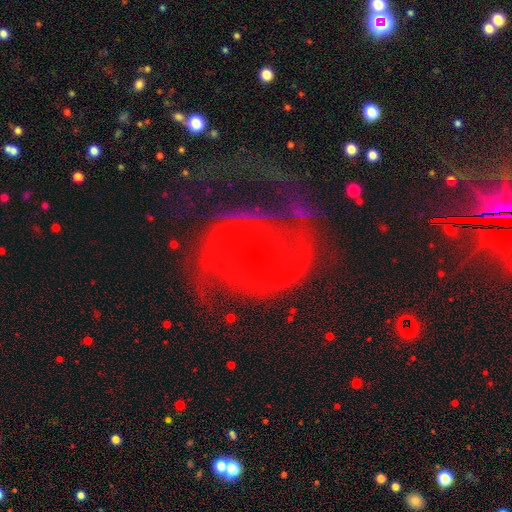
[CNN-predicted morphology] smooth_or_featured: featured or disk (p=0.88) [alt: star or artifact p=0.08]
disk_edge_on: no (p=0.98) [alt: yes p=0.02]
bar: no (p=0.59) [alt: weak p=0.30]
has_spiral_arms: yes (p=0.97) [alt: no p=0.03]
spiral_winding: medium (p=0.52) [alt: tight p=0.33]
spiral_arm_count: 2 (p=0.75) [alt: can't tell p=0.08]
bulge_size: small (p=0.86) [alt: moderate p=0.09]
merging: none (p=0.64) [alt: minor disturbance p=0.17]